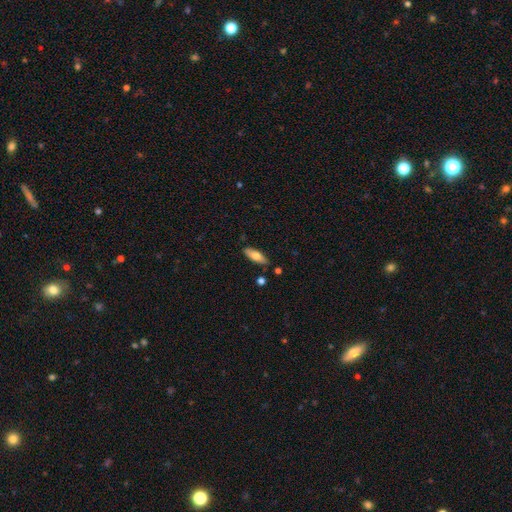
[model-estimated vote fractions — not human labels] This appears to be a smooth galaxy with no disk features (65%) that is in between round and cigar-shaped (60%). Merging: none (84%).